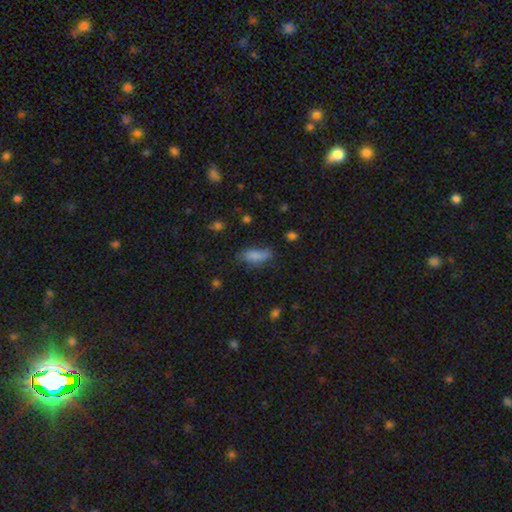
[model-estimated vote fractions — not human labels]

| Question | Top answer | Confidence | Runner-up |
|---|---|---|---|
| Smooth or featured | smooth | 81% | star or artifact (10%) |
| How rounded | in between | 74% | cigar-shaped (23%) |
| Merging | none | 57% | minor disturbance (29%) |